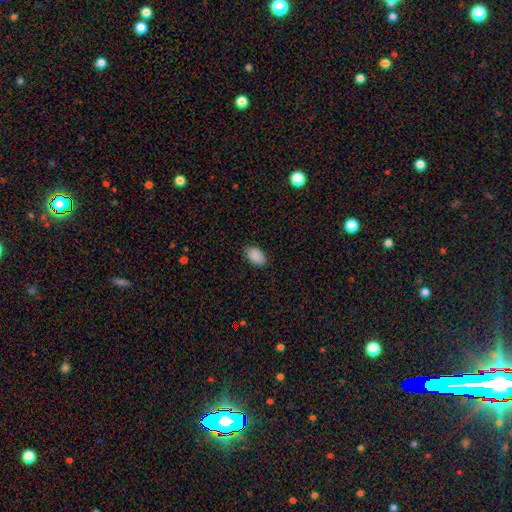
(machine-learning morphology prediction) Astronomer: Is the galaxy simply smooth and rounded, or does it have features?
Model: smooth — 90%.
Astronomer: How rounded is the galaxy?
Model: in between — 90%.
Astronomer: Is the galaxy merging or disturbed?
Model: none — 84%.